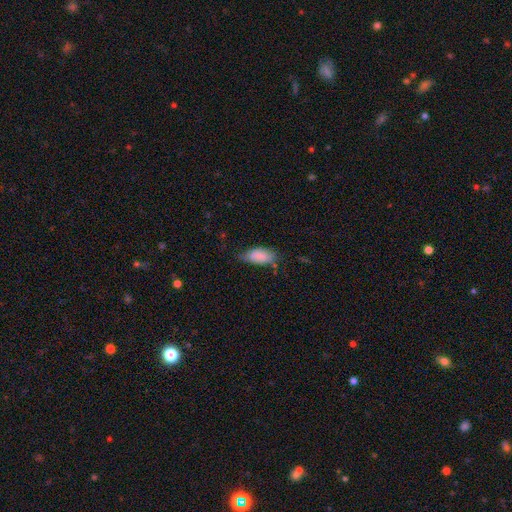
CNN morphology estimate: A smooth galaxy with no disk features (83%) that is in between round and cigar-shaped (88%). Merging: none (54%).